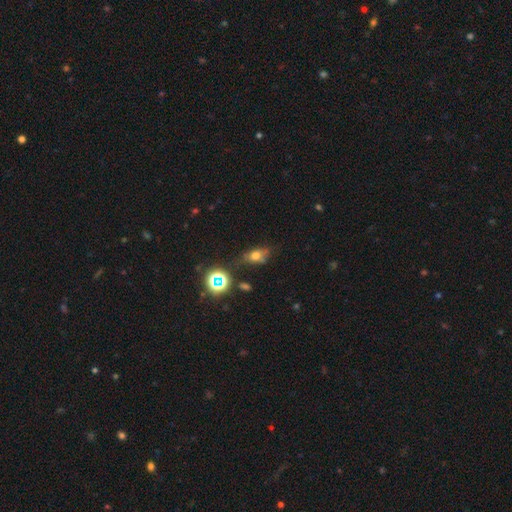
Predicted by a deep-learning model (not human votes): A smooth galaxy with no disk features (58%) that is in between round and cigar-shaped (75%).

Vote fractions:
- Smooth or featured? smooth: 58% / star or artifact: 22% / featured or disk: 20%
- How rounded? in between: 75% / round: 17% / cigar-shaped: 8%
- Merging? none: 60% / minor disturbance: 25% / major disturbance: 10% / merger: 5%